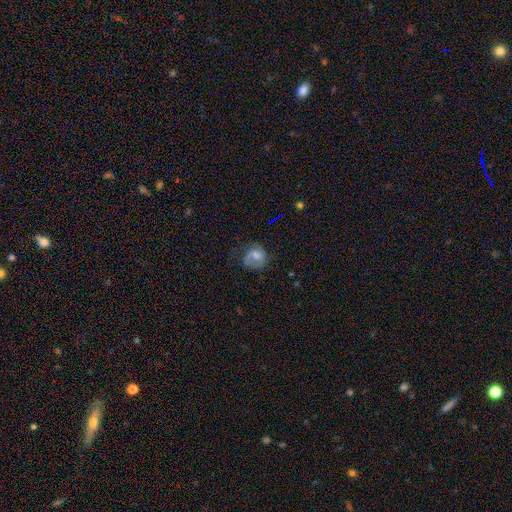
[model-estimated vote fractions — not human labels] This appears to be a smooth galaxy with no disk features (48%). Merging: none (53%).